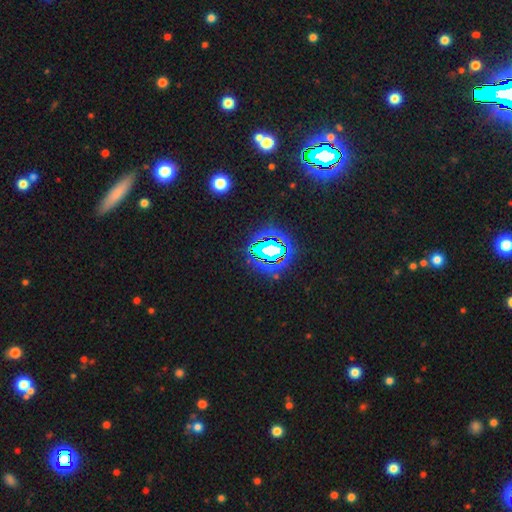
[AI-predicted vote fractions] Morphology: type=star or artifact (82%).